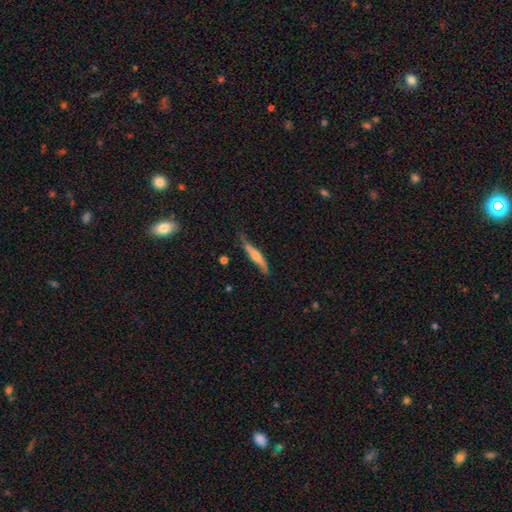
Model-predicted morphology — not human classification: type=featured or disk (49%); merging=none (66%).